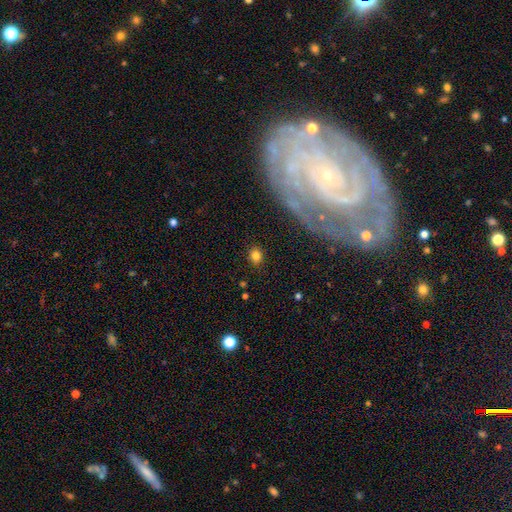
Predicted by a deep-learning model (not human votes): Smooth or featured?
  - smooth: 81% *
  - star or artifact: 11%
  - featured or disk: 8%
How rounded?
  - round: 69% *
  - in between: 30%
  - cigar-shaped: 2%
Merging?
  - none: 88% *
  - minor disturbance: 7%
  - major disturbance: 3%
  - merger: 2%